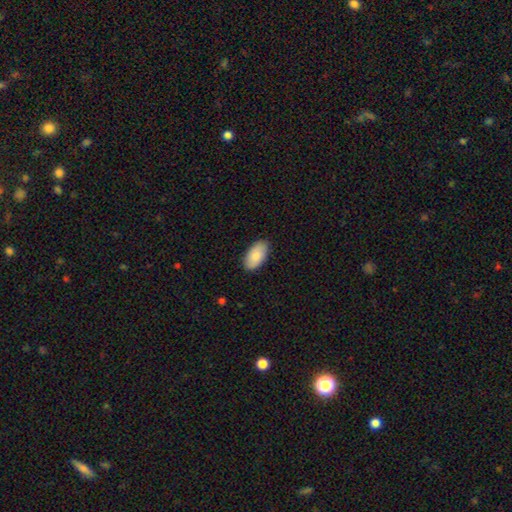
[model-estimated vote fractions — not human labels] A smooth galaxy with no disk features (86%) that is in between round and cigar-shaped (96%). Merging: none (86%).